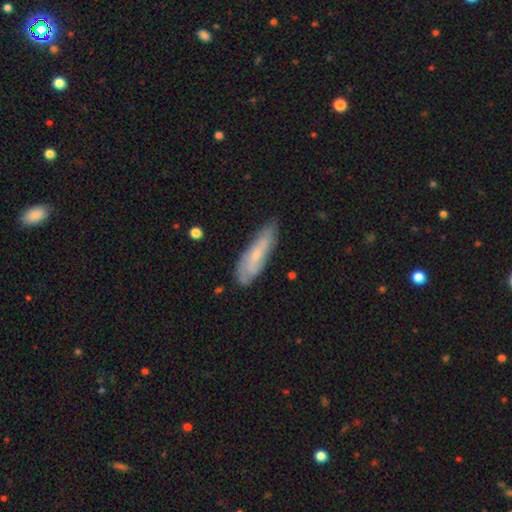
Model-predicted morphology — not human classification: Smooth or featured? featured or disk (51%)
Edge-on disk? no (69%)
Merging? none (72%)